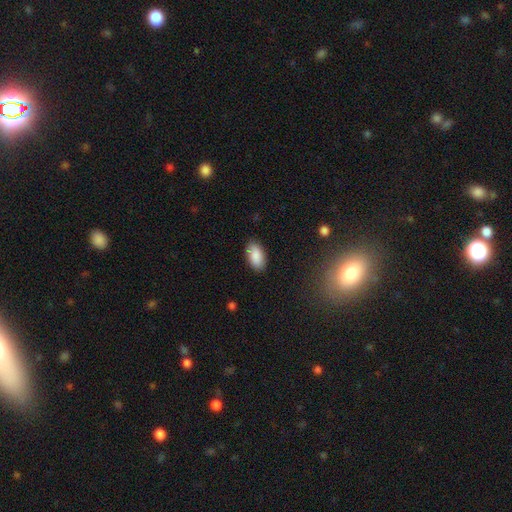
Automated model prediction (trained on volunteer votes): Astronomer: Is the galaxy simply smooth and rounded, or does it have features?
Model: smooth — 88%.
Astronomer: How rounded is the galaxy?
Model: in between — 95%.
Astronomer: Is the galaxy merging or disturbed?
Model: none — 84%.